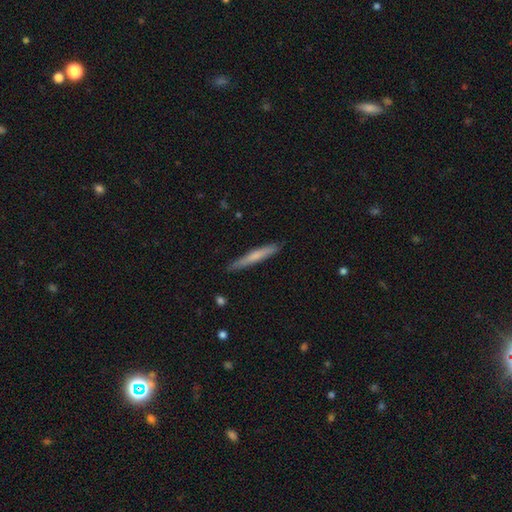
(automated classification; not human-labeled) smooth_or_featured: smooth (p=0.60) [alt: featured or disk p=0.35]
how_rounded: cigar-shaped (p=0.96) [alt: in between p=0.03]
merging: none (p=0.88) [alt: minor disturbance p=0.09]